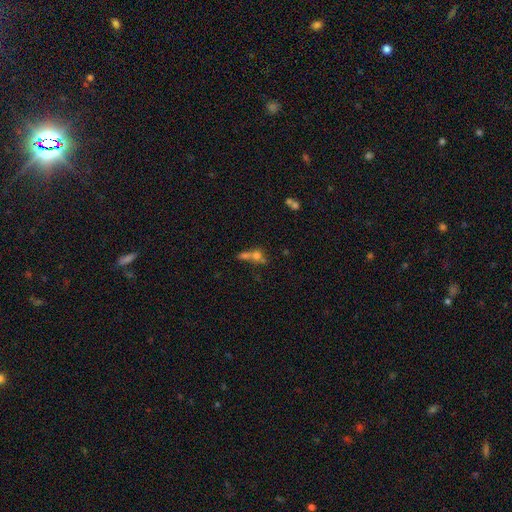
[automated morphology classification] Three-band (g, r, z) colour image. It shows a smooth galaxy with no disk features (57%) that is round (66%). Merging: merger (58%).